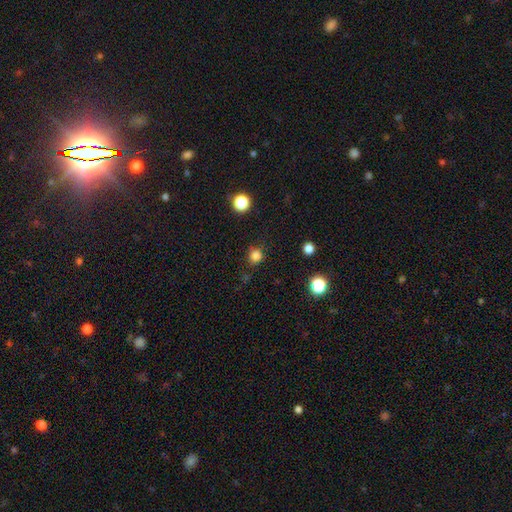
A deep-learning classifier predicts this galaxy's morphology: Q: Smooth or featured?
A: smooth (81%); runner-up: star or artifact (15%)
Q: How rounded?
A: round (89%); runner-up: in between (10%)
Q: Merging?
A: none (84%); runner-up: minor disturbance (11%)